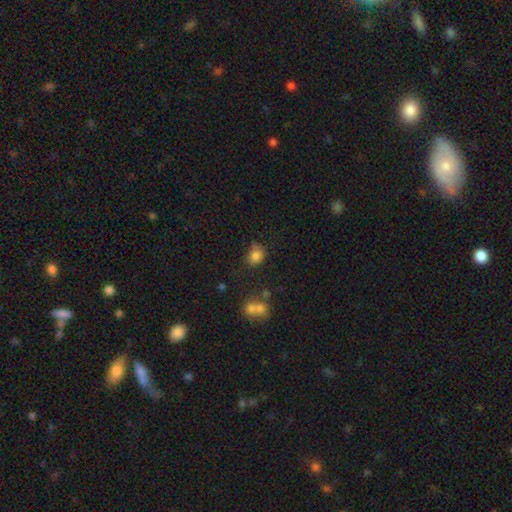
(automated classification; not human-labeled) Smooth or featured? Predicted: smooth (p=0.81). How rounded? Predicted: in between (p=0.50). Merging? Predicted: none (p=0.57).